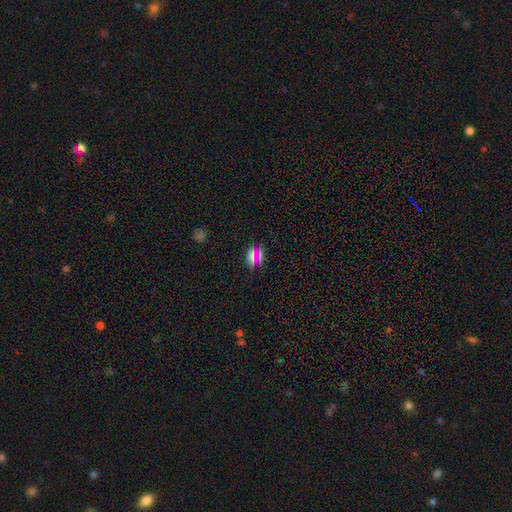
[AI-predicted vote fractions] The model was most divided on "how rounded": in between: 58%, round: 32%, cigar-shaped: 9%. More confident: merging — none (81%); smooth or featured — smooth (66%).